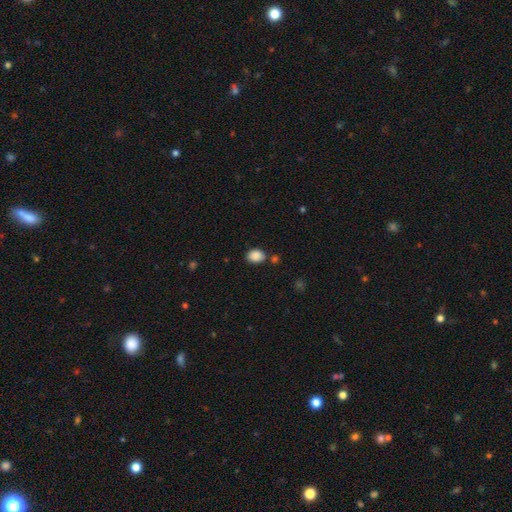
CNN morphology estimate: Q: Smooth or featured?
A: smooth (88%); runner-up: star or artifact (9%)
Q: How rounded?
A: in between (66%); runner-up: round (33%)
Q: Merging?
A: none (73%); runner-up: minor disturbance (14%)